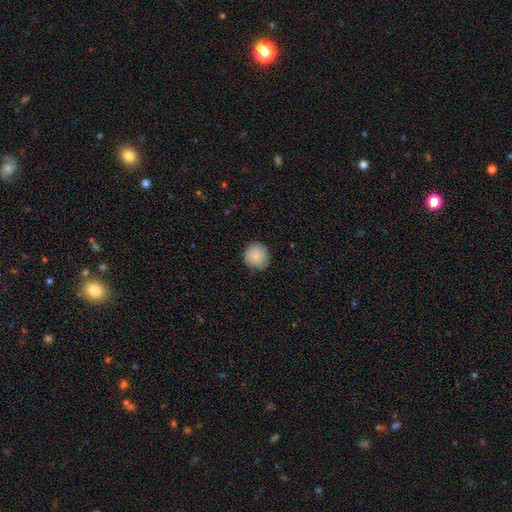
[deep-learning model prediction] A smooth galaxy with no disk features (85%) that is round (93%).

Vote fractions:
- Smooth or featured? smooth: 85% / star or artifact: 7% / featured or disk: 7%
- How rounded? round: 93% / in between: 6% / cigar-shaped: 1%
- Merging? none: 82% / minor disturbance: 15% / major disturbance: 2% / merger: 1%